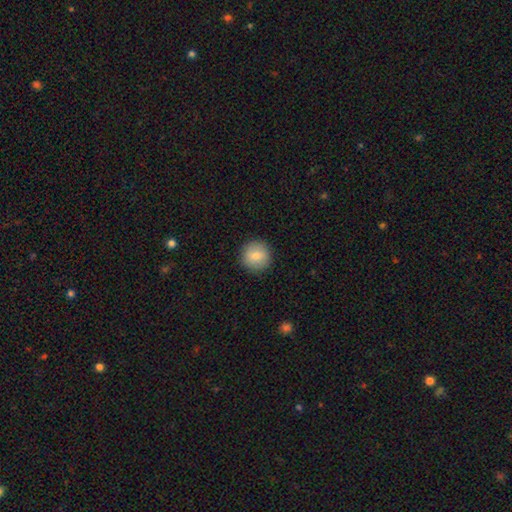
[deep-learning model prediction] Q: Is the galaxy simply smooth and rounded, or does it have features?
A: smooth — 81%.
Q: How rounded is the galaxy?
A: round — 95%.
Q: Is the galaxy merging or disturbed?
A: none — 91%.